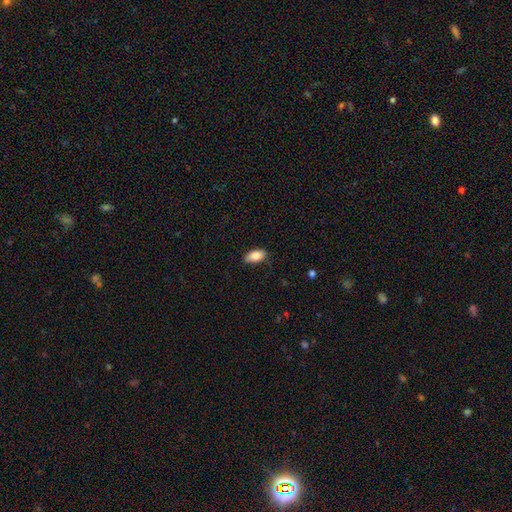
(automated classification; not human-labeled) This appears to be a smooth galaxy with no disk features (87%) that is in between round and cigar-shaped (92%). Merging: none (74%).